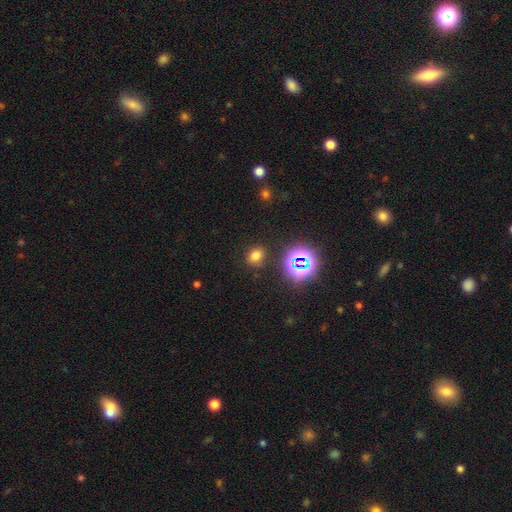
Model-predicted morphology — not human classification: type=smooth (68%); roundness=round (53%); merging=none (84%).